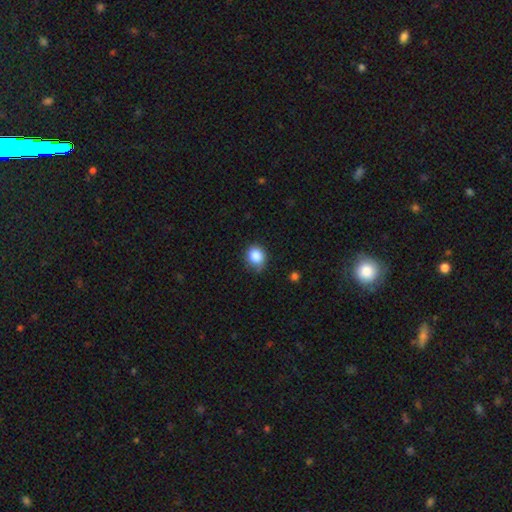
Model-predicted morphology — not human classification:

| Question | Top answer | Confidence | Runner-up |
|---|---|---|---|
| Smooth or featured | smooth | 86% | star or artifact (10%) |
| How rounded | round | 70% | in between (29%) |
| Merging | none | 69% | minor disturbance (25%) |